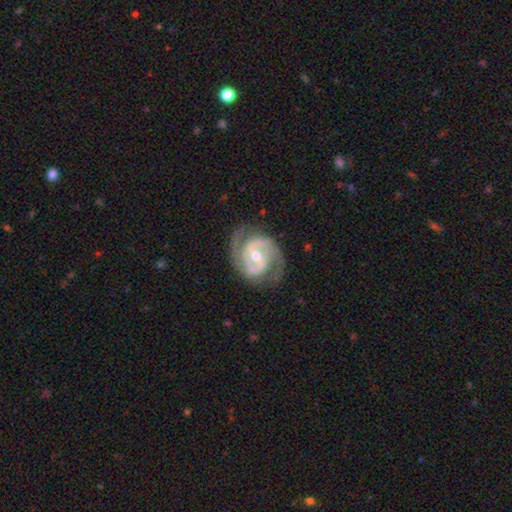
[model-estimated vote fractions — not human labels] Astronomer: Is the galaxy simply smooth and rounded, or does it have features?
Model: featured or disk — 92%.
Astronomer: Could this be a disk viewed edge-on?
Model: no — 98%.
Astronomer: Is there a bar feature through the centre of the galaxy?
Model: weak — 45% (runner-up: no, 29%).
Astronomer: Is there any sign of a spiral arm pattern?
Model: yes — 98%.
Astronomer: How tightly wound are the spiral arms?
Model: medium — 47% (runner-up: tight, 46%).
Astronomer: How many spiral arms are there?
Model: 2 — 87%.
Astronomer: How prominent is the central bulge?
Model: moderate — 60% (runner-up: small, 36%).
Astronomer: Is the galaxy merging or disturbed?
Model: none — 77%.